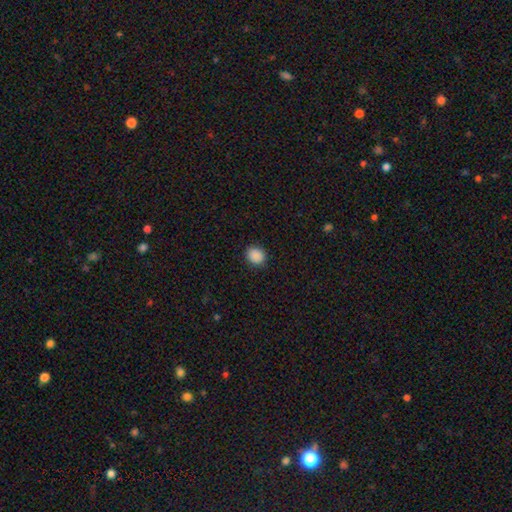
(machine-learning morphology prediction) smooth-or-featured: smooth: 89% | star or artifact: 9% | featured or disk: 2%
  how-rounded: round: 68% | in between: 31% | cigar-shaped: 1%
  merging: none: 91% | minor disturbance: 6% | major disturbance: 2% | merger: 1%